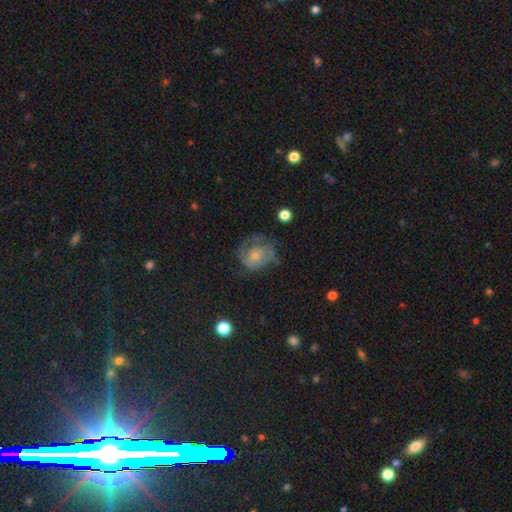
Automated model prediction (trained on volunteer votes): This appears to be a featured or disk galaxy (58%) with no bar (79%), spiral arms (71%) and a small central bulge (43%). Merging: none (48%).